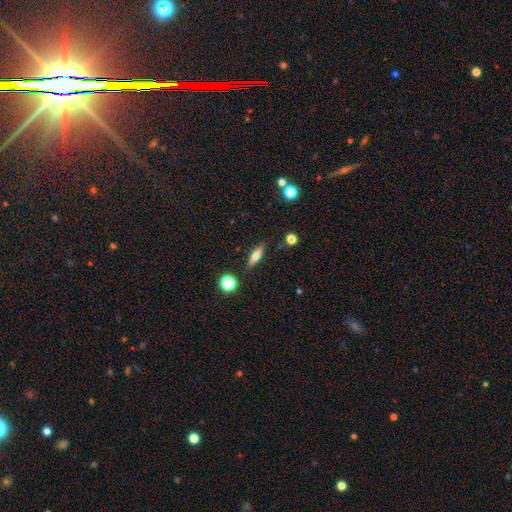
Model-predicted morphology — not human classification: Smooth or featured: smooth — 54% (featured or disk — 38%)
How rounded: cigar-shaped — 57% (in between — 38%)
Merging: none — 85% (minor disturbance — 10%)